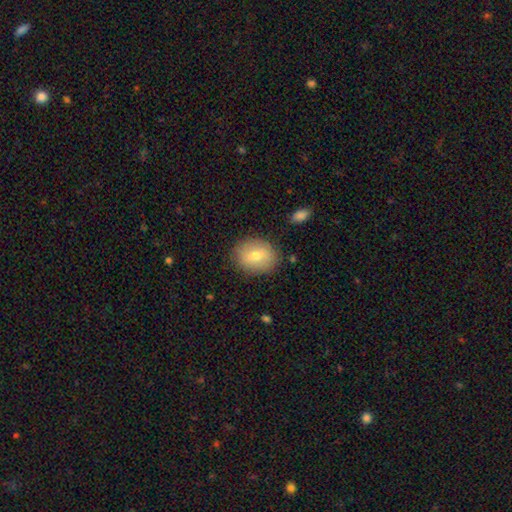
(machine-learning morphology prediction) Overall: smooth (67%). How rounded: round (53%; in between 46%). Merging: none (86%).